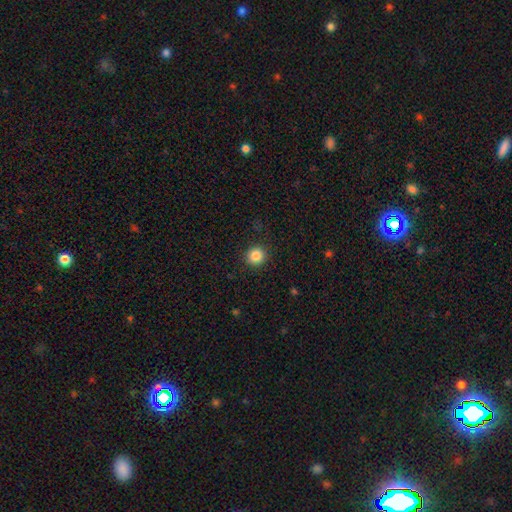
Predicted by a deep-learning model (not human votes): Overall: smooth (85%). How rounded: round (92%). Merging: none (90%).